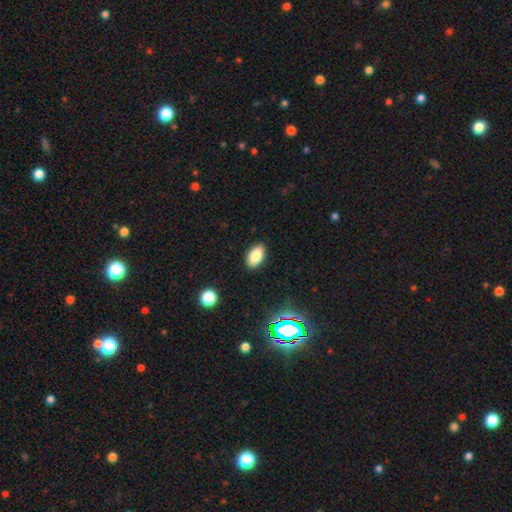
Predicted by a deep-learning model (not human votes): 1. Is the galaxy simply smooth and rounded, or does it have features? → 81% smooth, 10% star or artifact, 9% featured or disk.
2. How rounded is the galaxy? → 93% in between, 5% round, 2% cigar-shaped.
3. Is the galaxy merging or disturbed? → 89% none, 8% minor disturbance, 2% major disturbance, 1% merger.